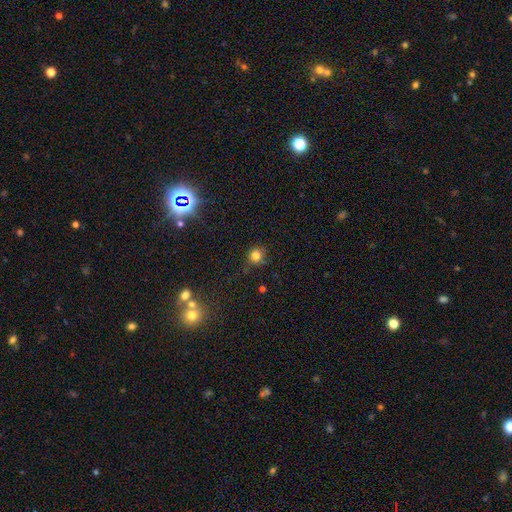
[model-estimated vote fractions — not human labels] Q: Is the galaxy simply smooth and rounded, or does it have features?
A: smooth — 79%.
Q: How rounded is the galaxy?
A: round — 87%.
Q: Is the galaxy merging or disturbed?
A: none — 76%.